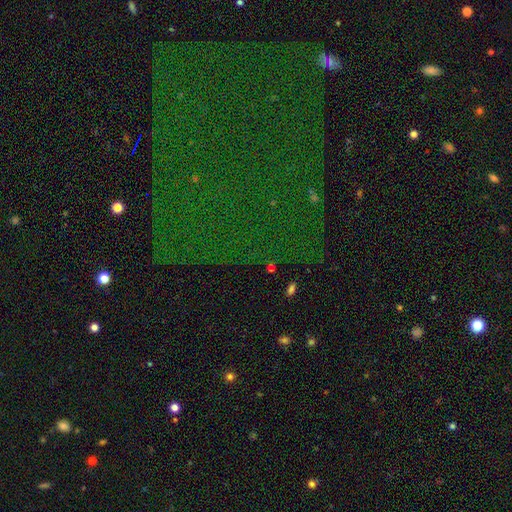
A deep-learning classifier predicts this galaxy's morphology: Smooth or featured? Predicted: star or artifact (p=0.82).